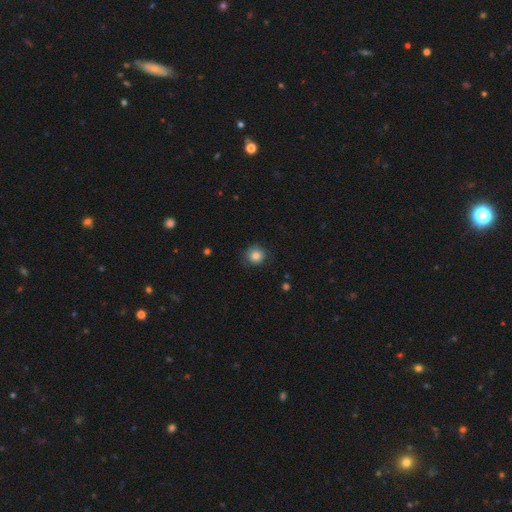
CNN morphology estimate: Q: Smooth or featured?
A: smooth (84%); runner-up: star or artifact (10%)
Q: How rounded?
A: round (91%); runner-up: in between (8%)
Q: Merging?
A: none (82%); runner-up: minor disturbance (13%)